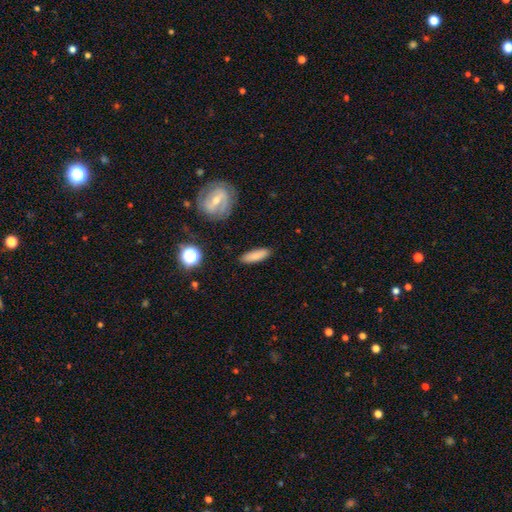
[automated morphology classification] This is clearly a smooth galaxy (81%). How rounded: possibly cigar-shaped (53%). Merging: clearly none (87%).